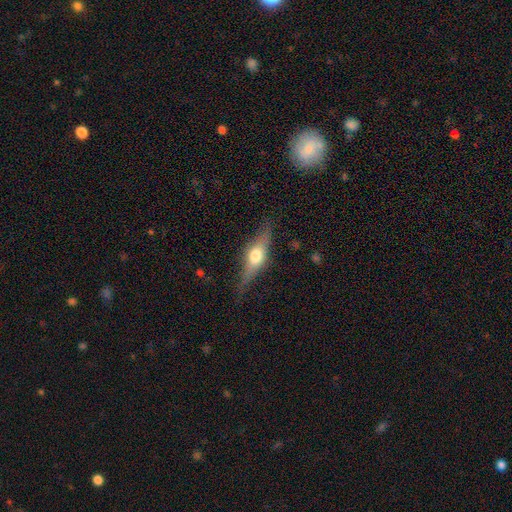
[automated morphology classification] A featured or disk galaxy (56%) viewed edge-on (92%) with a rounded central bulge (93%). Merging: none (78%).